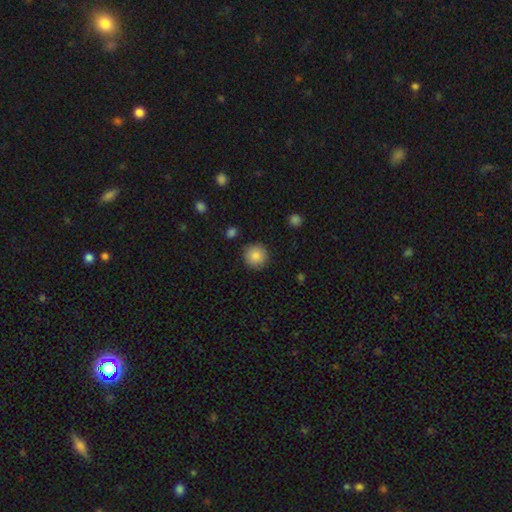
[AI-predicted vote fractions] Smooth or featured? smooth (86%)
How rounded? round (95%)
Merging? none (89%)